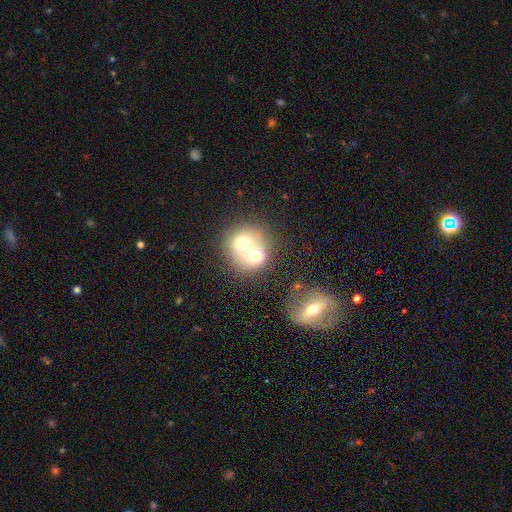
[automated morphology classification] This appears to be a smooth galaxy with no disk features (60%) that is round (80%). Merging: merger (66%).